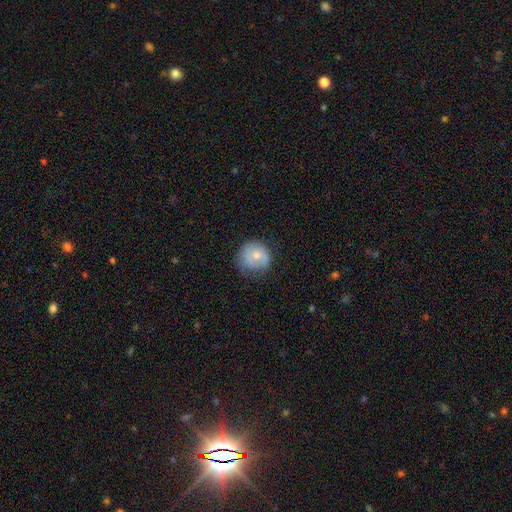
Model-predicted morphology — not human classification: smooth_or_featured: smooth (p=0.62) [alt: featured or disk p=0.30]
how_rounded: round (p=0.86) [alt: in between p=0.13]
merging: none (p=0.63) [alt: minor disturbance p=0.26]